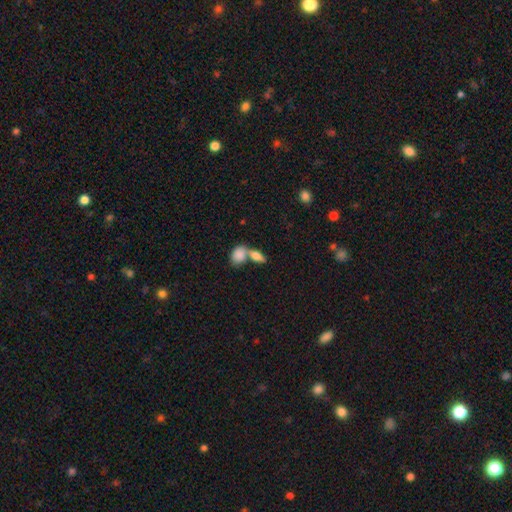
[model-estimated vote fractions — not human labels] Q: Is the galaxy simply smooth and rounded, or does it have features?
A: smooth — 82%.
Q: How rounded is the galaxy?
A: in between — 86%.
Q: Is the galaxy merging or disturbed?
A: merger — 60%.